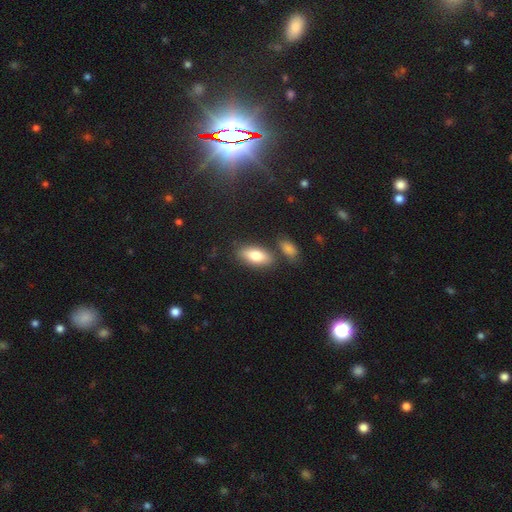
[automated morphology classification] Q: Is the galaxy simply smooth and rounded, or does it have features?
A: smooth — 79%.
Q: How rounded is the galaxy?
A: in between — 86%.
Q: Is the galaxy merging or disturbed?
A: none — 75%.